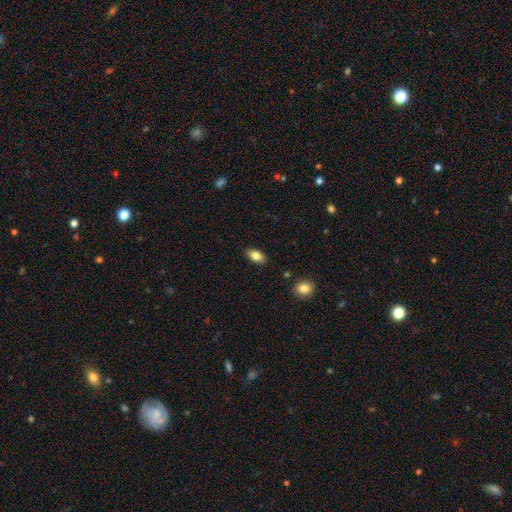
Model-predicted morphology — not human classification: smooth_or_featured: smooth (p=0.79) [alt: featured or disk p=0.13]
how_rounded: in between (p=0.89) [alt: cigar-shaped p=0.06]
merging: none (p=0.87) [alt: minor disturbance p=0.10]